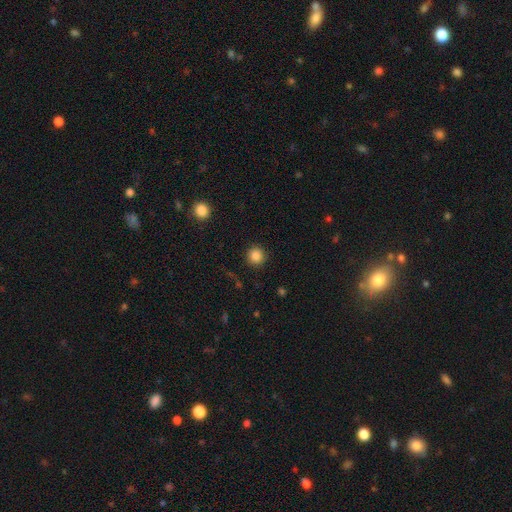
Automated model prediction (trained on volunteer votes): Smooth or featured?
  - smooth: 85% *
  - star or artifact: 11%
  - featured or disk: 4%
How rounded?
  - round: 95% *
  - in between: 4%
  - cigar-shaped: 1%
Merging?
  - none: 90% *
  - minor disturbance: 7%
  - major disturbance: 2%
  - merger: 1%